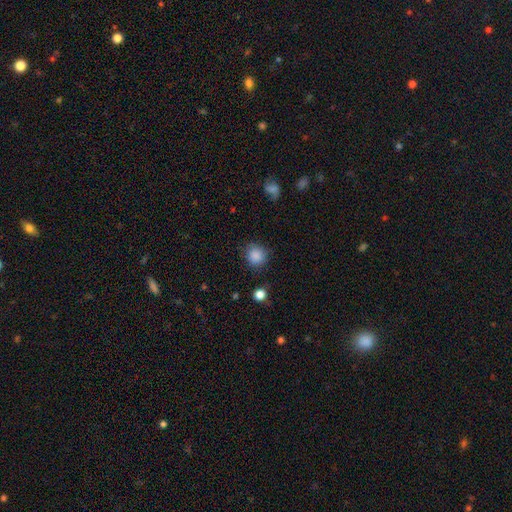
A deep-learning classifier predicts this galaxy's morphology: Smooth or featured: smooth — 87% (star or artifact — 10%)
How rounded: round — 89% (in between — 10%)
Merging: none — 84% (minor disturbance — 11%)